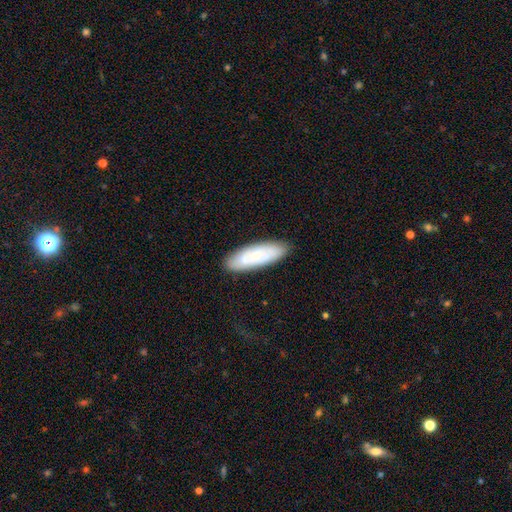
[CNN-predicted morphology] smooth_or_featured: smooth (p=0.64) [alt: featured or disk p=0.28]
how_rounded: in between (p=0.51) [alt: cigar-shaped p=0.47]
merging: none (p=0.83) [alt: minor disturbance p=0.13]